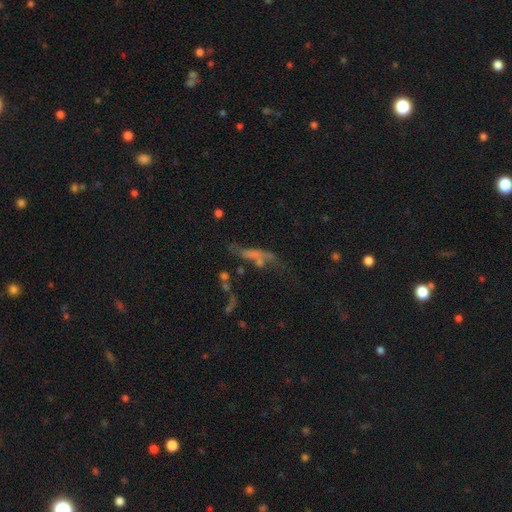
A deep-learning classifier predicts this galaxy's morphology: The model was most divided on "merging": none: 34%, major disturbance: 30%, minor disturbance: 19%, merger: 17%. Remaining: smooth or featured — featured or disk (45%).